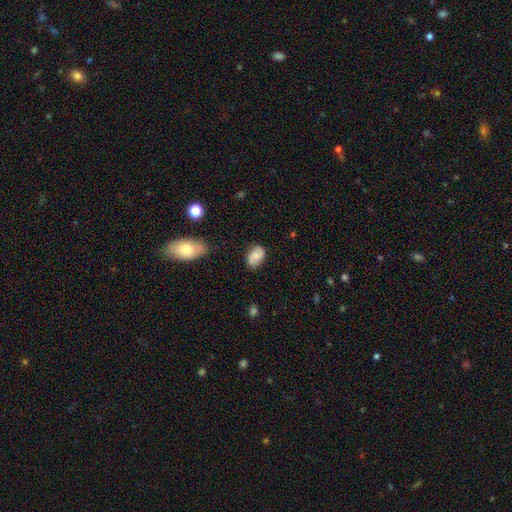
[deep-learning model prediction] Overall: smooth (74%). How rounded: in between (88%). Merging: none (74%).